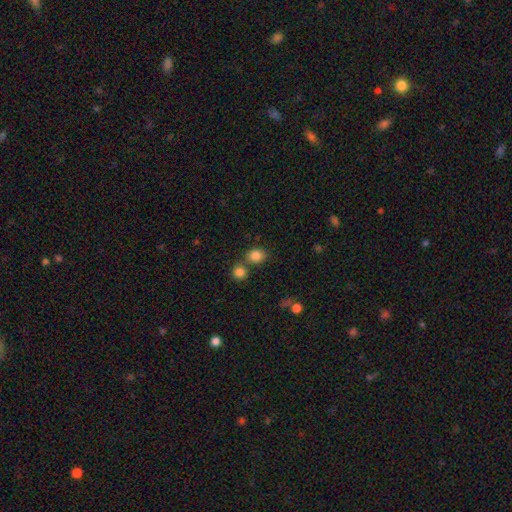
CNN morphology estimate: This appears to be a smooth galaxy with no disk features (84%) that is round (68%). Merging: none (59%).